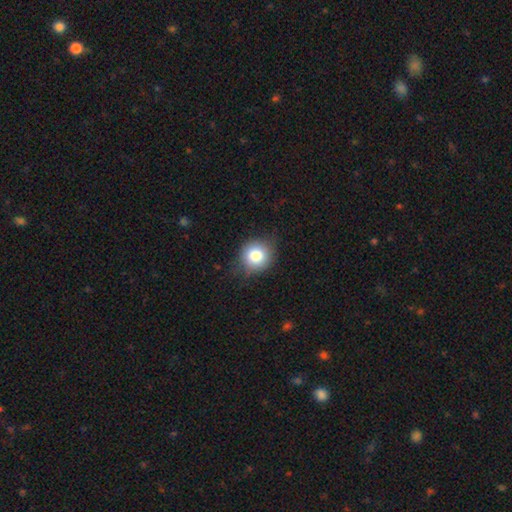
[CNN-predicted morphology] Overall: smooth (81%). How rounded: round (84%). Merging: none (76%).